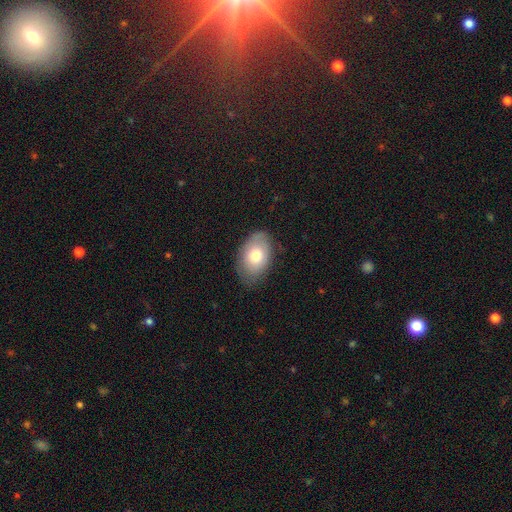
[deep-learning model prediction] Morphology: type=smooth (76%); roundness=in between (90%); merging=none (73%).